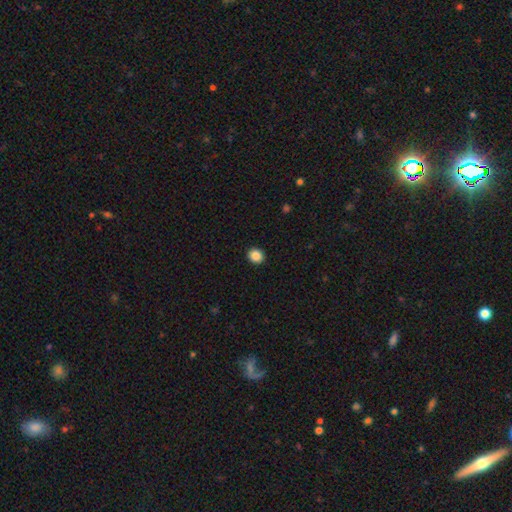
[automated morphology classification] The model was most divided on "how rounded": round: 84%, in between: 15%, cigar-shaped: 1%. More confident: merging — none (93%); smooth or featured — smooth (87%).